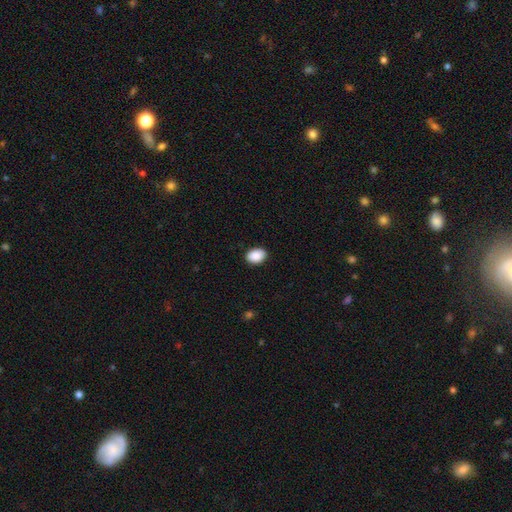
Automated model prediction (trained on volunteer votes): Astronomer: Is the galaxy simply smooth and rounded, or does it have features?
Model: smooth — 90%.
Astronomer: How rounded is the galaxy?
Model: in between — 81%.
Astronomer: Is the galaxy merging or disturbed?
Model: none — 89%.